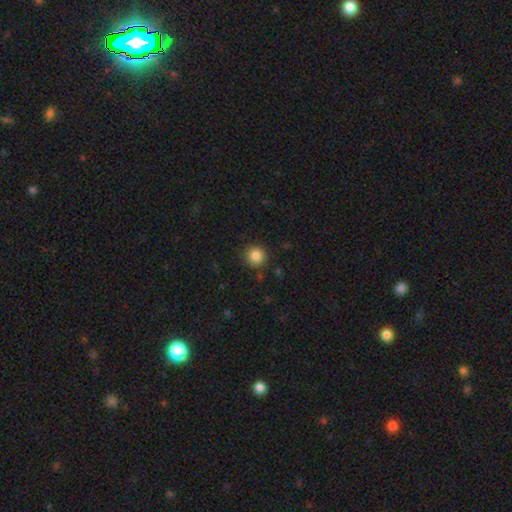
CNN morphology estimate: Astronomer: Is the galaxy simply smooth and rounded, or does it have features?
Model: smooth — 85%.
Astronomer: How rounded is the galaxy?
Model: round — 94%.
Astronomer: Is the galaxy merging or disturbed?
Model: none — 89%.